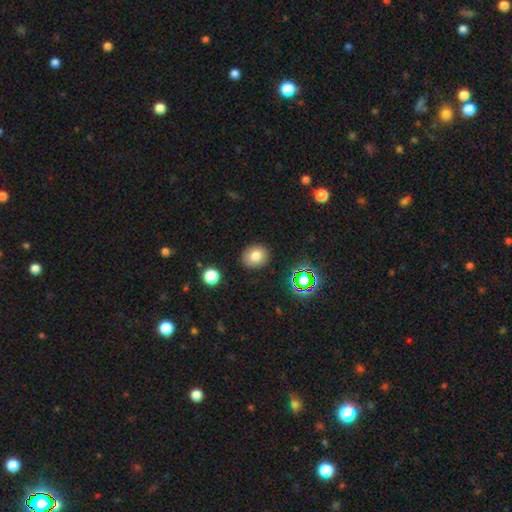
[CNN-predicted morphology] The model was most divided on "how rounded": round: 69%, in between: 30%, cigar-shaped: 1%. More confident: merging — none (87%); smooth or featured — smooth (77%).